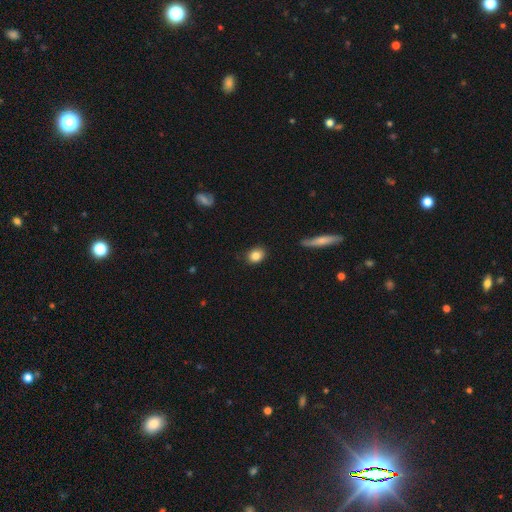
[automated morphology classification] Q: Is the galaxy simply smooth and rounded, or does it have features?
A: smooth — 84%.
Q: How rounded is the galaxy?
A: in between — 49%, tied with round.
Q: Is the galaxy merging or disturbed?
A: none — 85%.